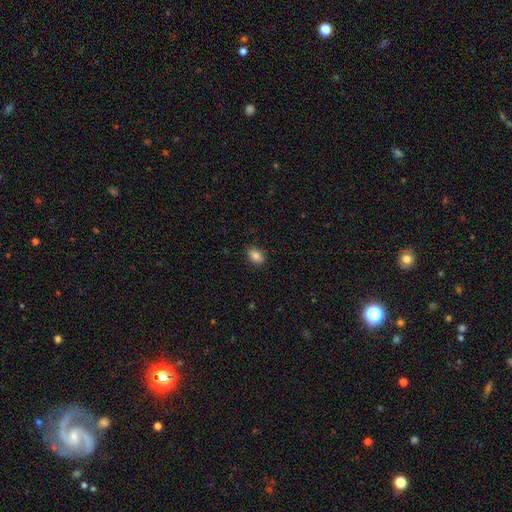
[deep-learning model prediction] Smooth or featured?
  - smooth: 83% *
  - star or artifact: 9%
  - featured or disk: 8%
How rounded?
  - in between: 85% *
  - round: 14%
  - cigar-shaped: 2%
Merging?
  - none: 86% *
  - minor disturbance: 11%
  - major disturbance: 2%
  - merger: 1%